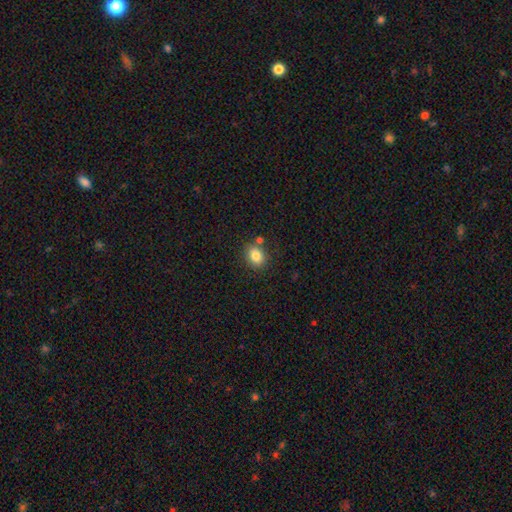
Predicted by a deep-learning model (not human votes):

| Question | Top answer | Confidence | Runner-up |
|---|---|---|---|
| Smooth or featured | smooth | 83% | star or artifact (10%) |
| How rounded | in between | 52% | round (47%) |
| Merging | none | 76% | minor disturbance (11%) |